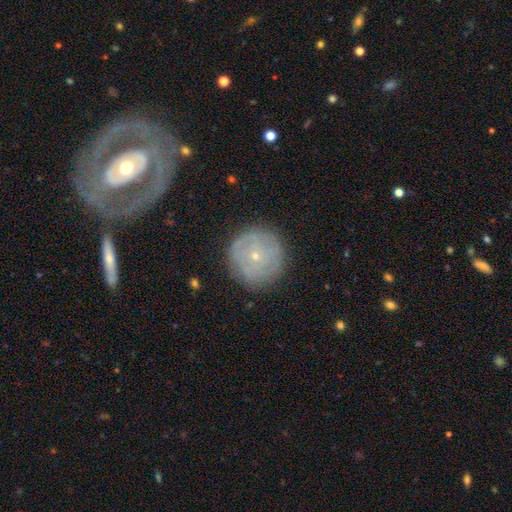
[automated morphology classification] Smooth or featured? featured or disk (54%)
Edge-on disk? no (96%)
Bar? no (87%)
Spiral arms? yes (53%)
Bulge size? small (83%)
Merging? none (83%)